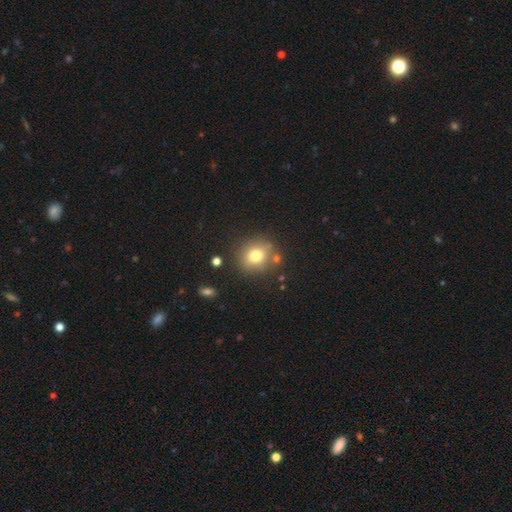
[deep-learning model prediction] This appears to be a smooth galaxy with no disk features (75%) that is round (84%). Merging: none (78%).